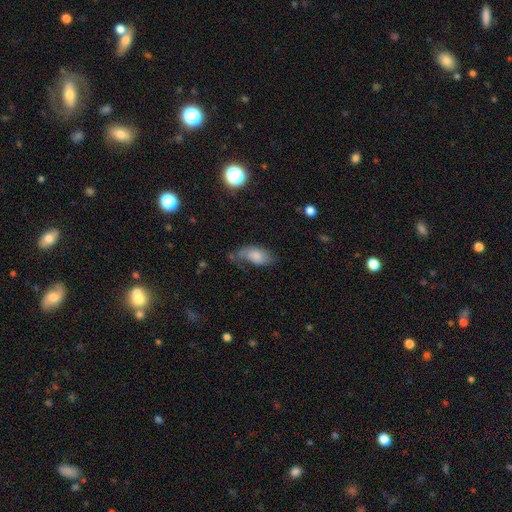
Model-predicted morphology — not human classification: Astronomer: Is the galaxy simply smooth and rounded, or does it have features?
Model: smooth — 67%.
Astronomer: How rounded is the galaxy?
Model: in between — 93%.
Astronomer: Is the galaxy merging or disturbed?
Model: none — 41% (runner-up: minor disturbance, 31%).